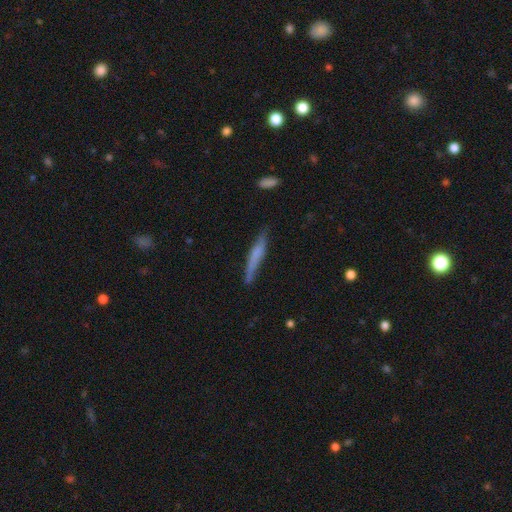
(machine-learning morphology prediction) Smooth or featured? Predicted: smooth (p=0.52). How rounded? Predicted: cigar-shaped (p=0.93). Merging? Predicted: none (p=0.71).